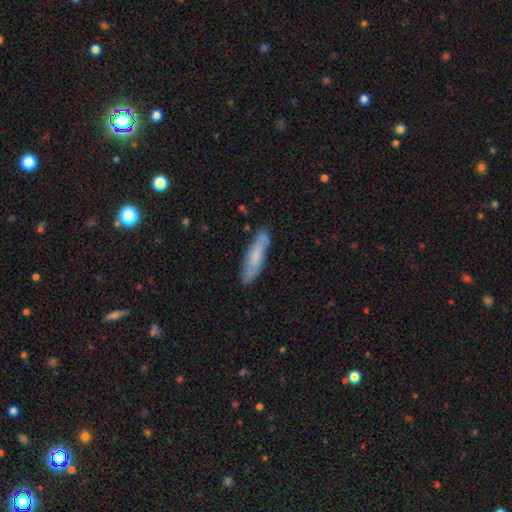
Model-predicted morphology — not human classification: Smooth or featured? smooth (64%)
How rounded? cigar-shaped (72%)
Merging? none (81%)